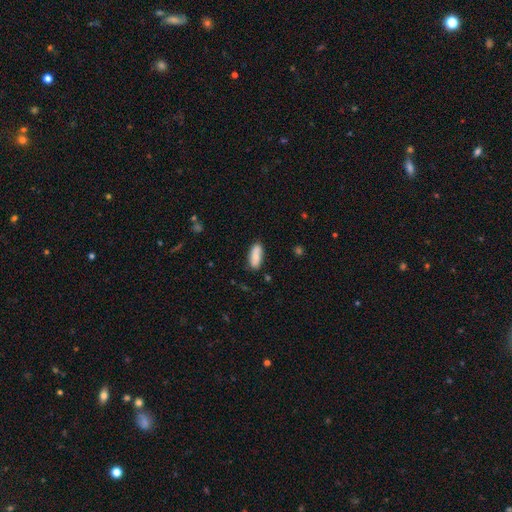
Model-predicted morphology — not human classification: smooth_or_featured: smooth (p=0.79) [alt: featured or disk p=0.15]
how_rounded: in between (p=0.77) [alt: cigar-shaped p=0.21]
merging: none (p=0.77) [alt: minor disturbance p=0.15]